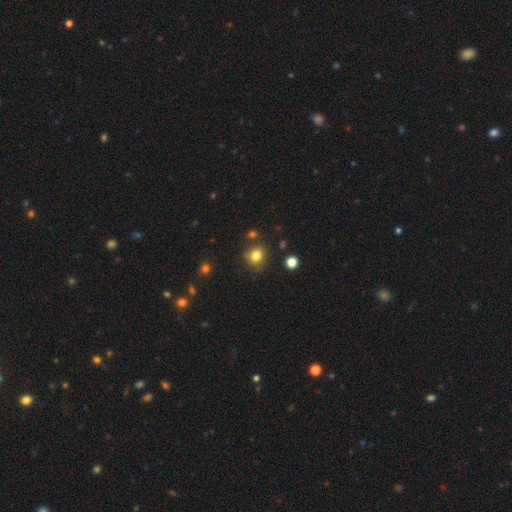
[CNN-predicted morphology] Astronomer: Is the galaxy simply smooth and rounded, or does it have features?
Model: smooth — 80%.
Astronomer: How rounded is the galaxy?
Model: round — 75%.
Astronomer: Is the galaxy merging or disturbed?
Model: none — 76%.